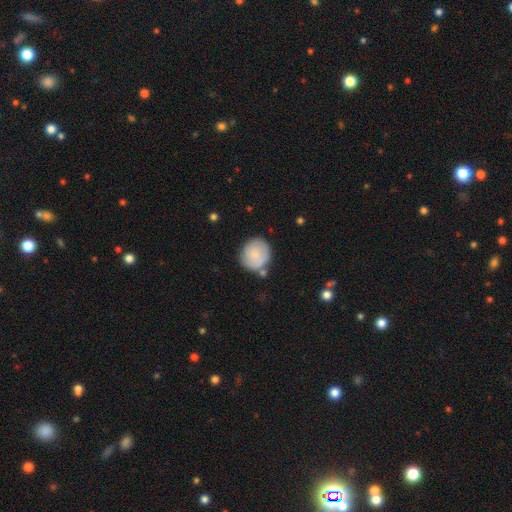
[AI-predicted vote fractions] smooth_or_featured: smooth (p=0.75) [alt: featured or disk p=0.19]
how_rounded: round (p=0.85) [alt: in between p=0.14]
merging: none (p=0.67) [alt: minor disturbance p=0.18]